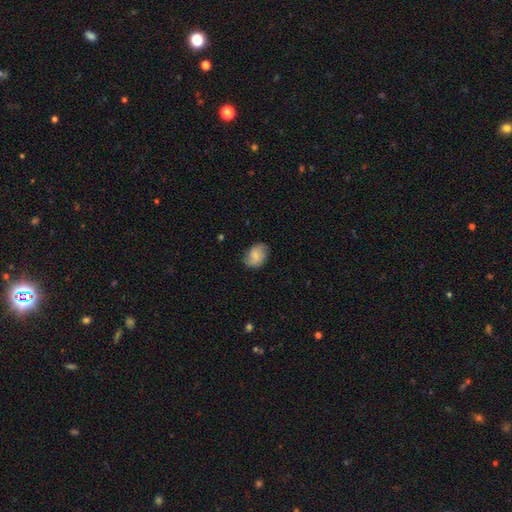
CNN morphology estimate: Smooth or featured?
  - smooth: 64% *
  - featured or disk: 28%
  - star or artifact: 8%
How rounded?
  - in between: 71% *
  - round: 28%
  - cigar-shaped: 1%
Merging?
  - none: 72% *
  - minor disturbance: 22%
  - major disturbance: 5%
  - merger: 1%